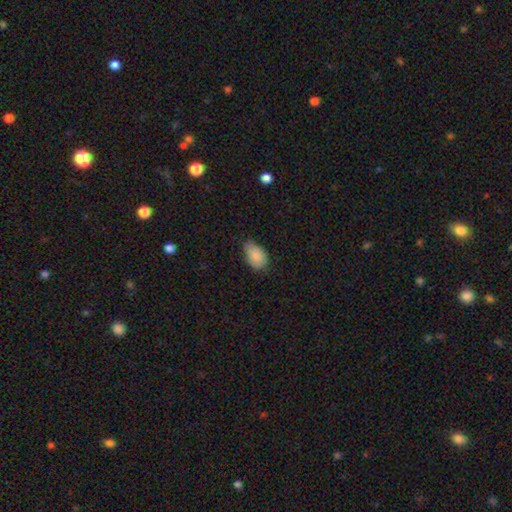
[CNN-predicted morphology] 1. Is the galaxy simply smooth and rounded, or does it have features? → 87% smooth, 7% star or artifact, 6% featured or disk.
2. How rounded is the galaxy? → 88% in between, 10% round, 1% cigar-shaped.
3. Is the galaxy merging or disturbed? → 60% none, 34% minor disturbance, 5% major disturbance, 1% merger.